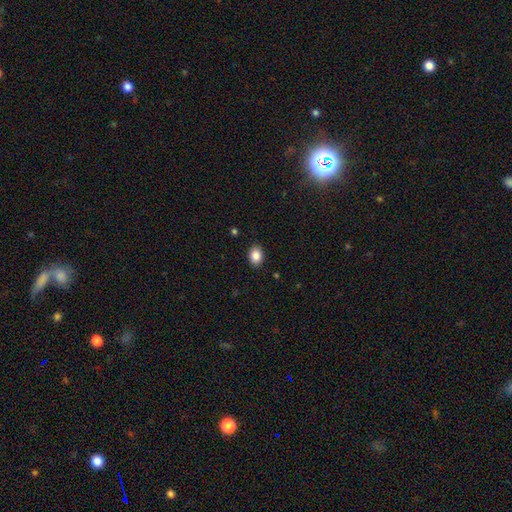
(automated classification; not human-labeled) A smooth galaxy with no disk features (87%) that is in between round and cigar-shaped (70%). Merging: none (89%).